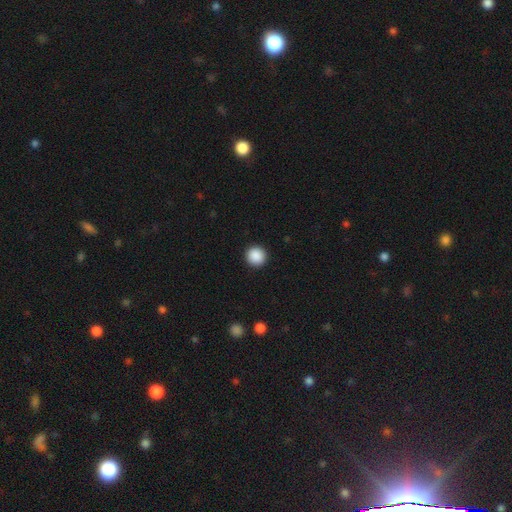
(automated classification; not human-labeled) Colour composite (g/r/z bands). It shows a smooth galaxy with no disk features (89%) that is round (95%). Merging: none (93%).